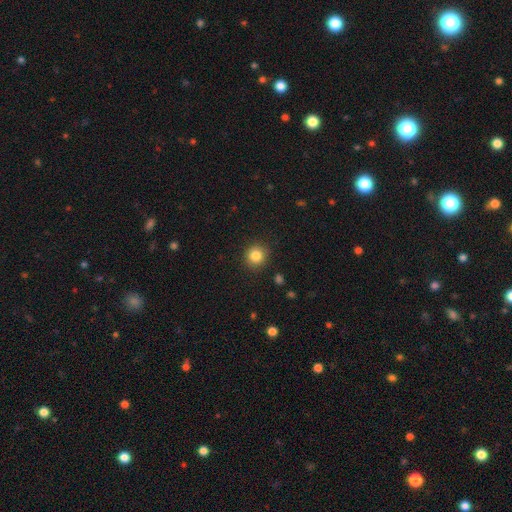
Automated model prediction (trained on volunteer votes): Smooth or featured: smooth — 84% (star or artifact — 11%)
How rounded: round — 91% (in between — 8%)
Merging: none — 90% (minor disturbance — 6%)